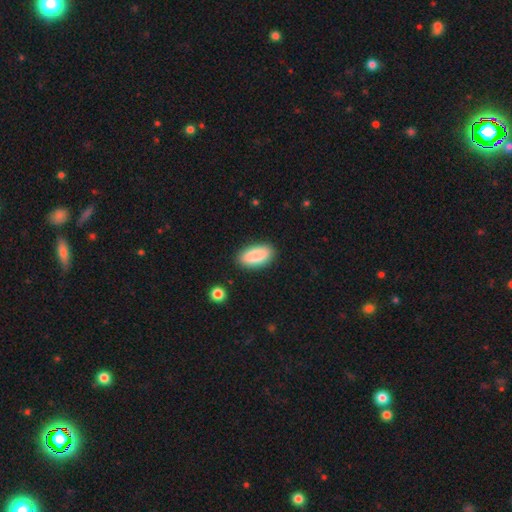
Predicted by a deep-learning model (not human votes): Q: Smooth or featured?
A: smooth (88%); runner-up: star or artifact (6%)
Q: How rounded?
A: in between (91%); runner-up: cigar-shaped (7%)
Q: Merging?
A: none (87%); runner-up: minor disturbance (9%)